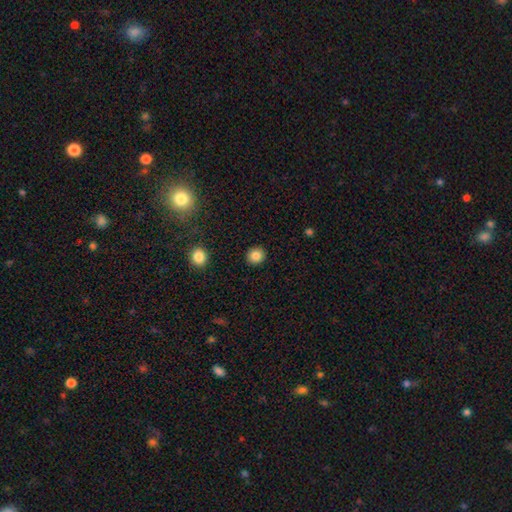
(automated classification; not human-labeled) The model was most divided on "smooth or featured": smooth: 85%, star or artifact: 10%, featured or disk: 5%. More confident: merging — none (92%); how rounded — round (89%).